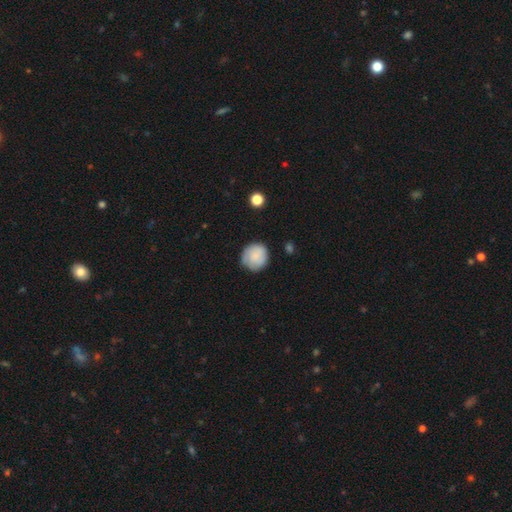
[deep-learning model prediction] Smooth or featured? smooth (79%)
How rounded? round (91%)
Merging? none (78%)